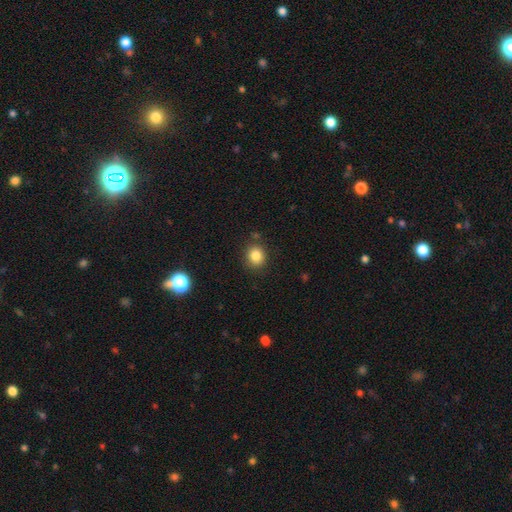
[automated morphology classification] Smooth or featured: smooth — 84% (star or artifact — 11%)
How rounded: round — 75% (in between — 24%)
Merging: none — 84% (minor disturbance — 10%)